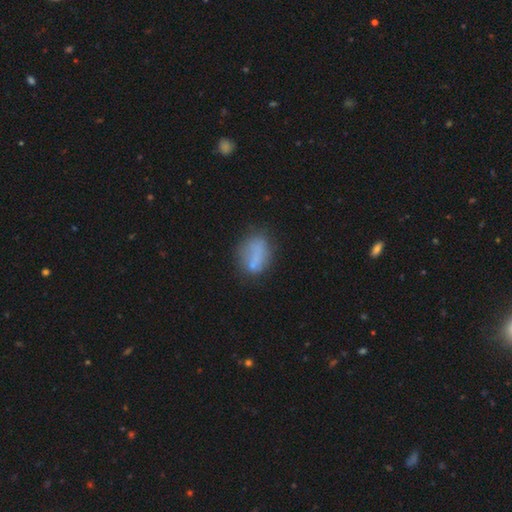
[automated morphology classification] Smooth or featured: smooth — 68% (featured or disk — 21%)
How rounded: in between — 73% (round — 21%)
Merging: none — 55% (minor disturbance — 23%)